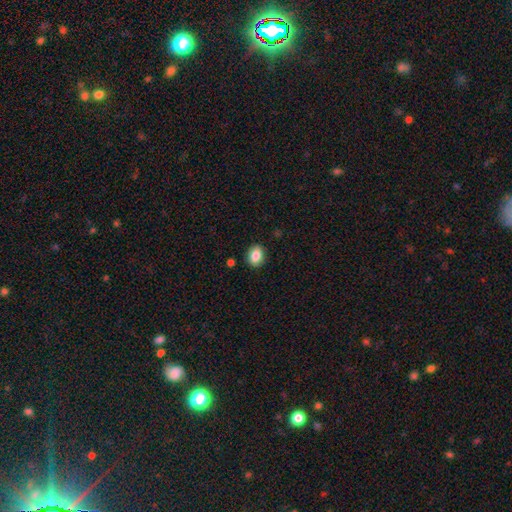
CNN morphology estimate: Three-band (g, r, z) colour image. It shows a smooth galaxy with no disk features (85%) that is in between round and cigar-shaped (64%). Merging: none (89%).